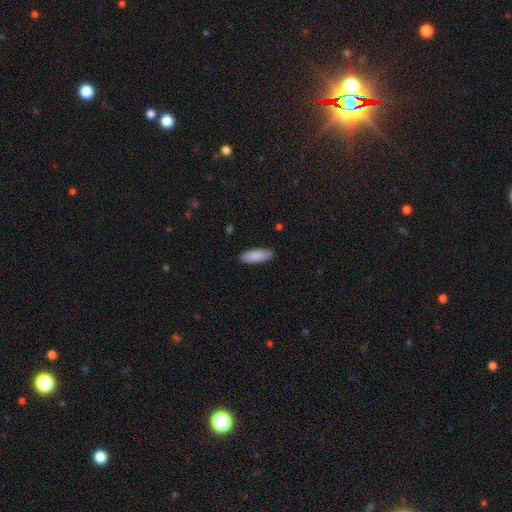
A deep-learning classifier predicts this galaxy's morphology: type=smooth (88%); roundness=in between (64%); merging=none (87%).